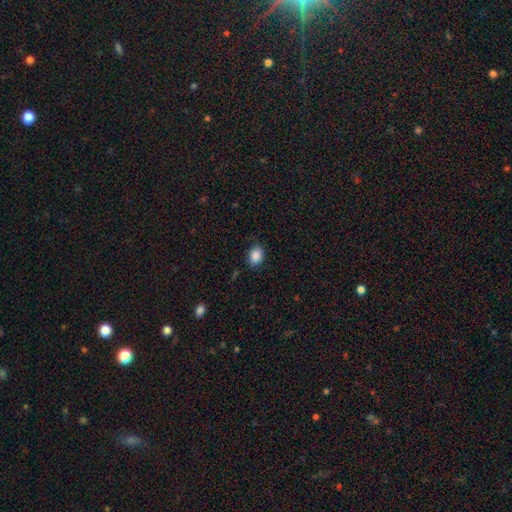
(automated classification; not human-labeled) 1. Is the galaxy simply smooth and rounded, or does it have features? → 87% smooth, 9% star or artifact, 4% featured or disk.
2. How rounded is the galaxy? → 62% in between, 37% round, 1% cigar-shaped.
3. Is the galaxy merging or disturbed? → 83% none, 13% minor disturbance, 3% major disturbance, 1% merger.